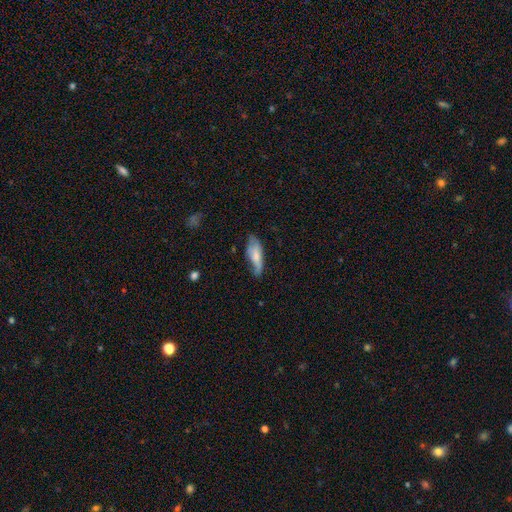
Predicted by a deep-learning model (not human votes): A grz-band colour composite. It shows a smooth galaxy with no disk features (65%) that is in between round and cigar-shaped (62%). Merging: none (50%).